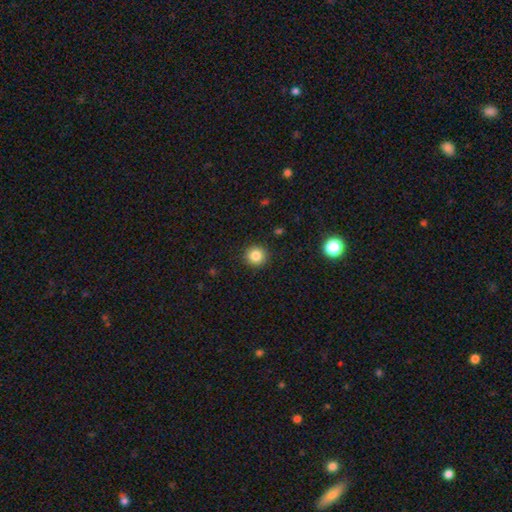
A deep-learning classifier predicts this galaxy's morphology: A smooth galaxy with no disk features (84%) that is round (94%). Merging: none (92%).